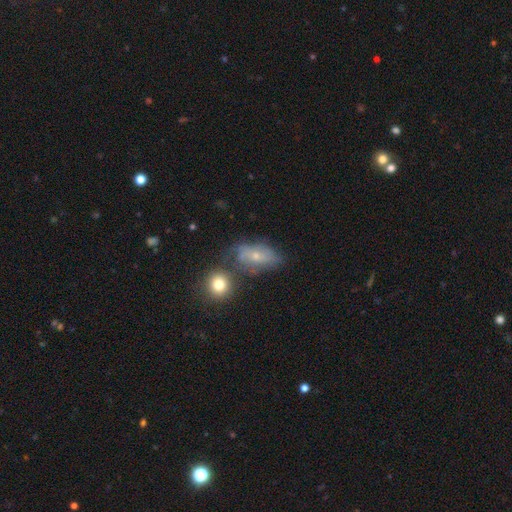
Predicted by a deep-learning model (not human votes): A smooth galaxy with no disk features (44%, tied with featured or disk).

Vote fractions:
- Smooth or featured? smooth: 44% (tied) / featured or disk: 44% (tied) / star or artifact: 11%
- Merging? none: 47% / minor disturbance: 25% / merger: 14% / major disturbance: 14%